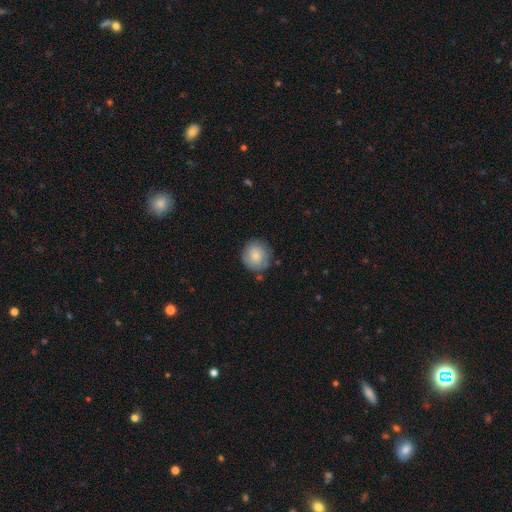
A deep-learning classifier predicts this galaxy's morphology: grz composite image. It shows a smooth galaxy with no disk features (77%) that is round (91%). Merging: none (80%).